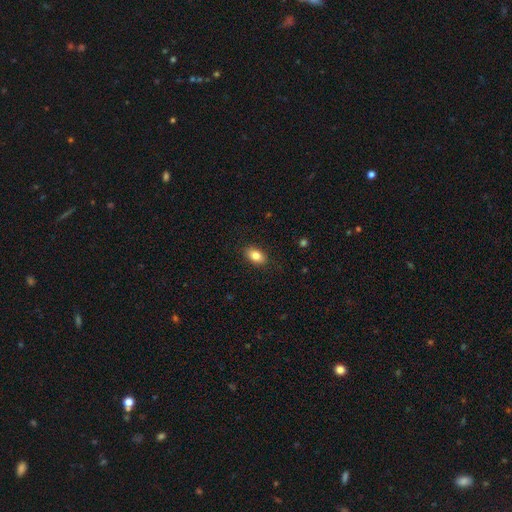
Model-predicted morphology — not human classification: smooth-or-featured: smooth: 84% | star or artifact: 8% | featured or disk: 8%
  how-rounded: in between: 90% | round: 7% | cigar-shaped: 3%
  merging: none: 88% | minor disturbance: 9% | major disturbance: 2% | merger: 1%